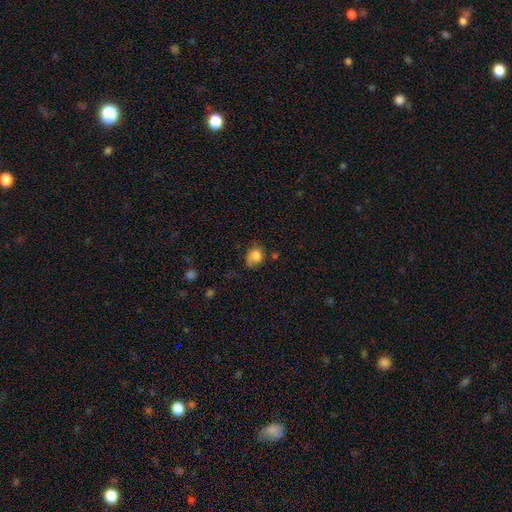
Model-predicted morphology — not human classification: Overall: smooth (75%). How rounded: round (57%; in between 42%). Merging: none (48%; minor disturbance 32%).